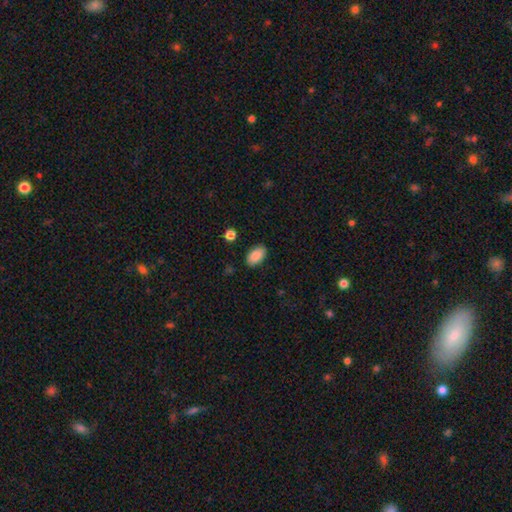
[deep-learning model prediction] This is clearly a smooth galaxy (88%). How rounded: clearly in between (93%). Merging: clearly none (87%).